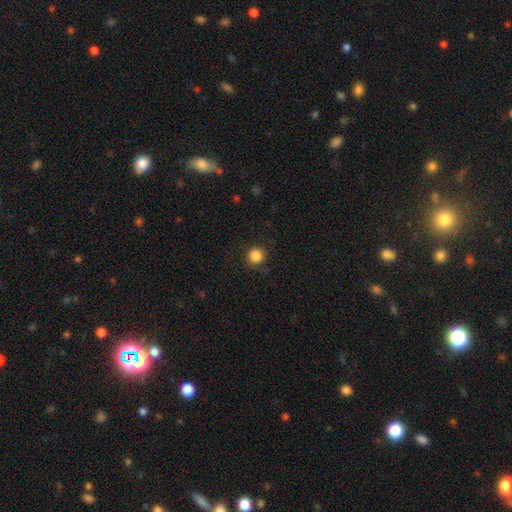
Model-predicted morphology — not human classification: A smooth galaxy with no disk features (87%) that is round (94%). Merging: none (87%).